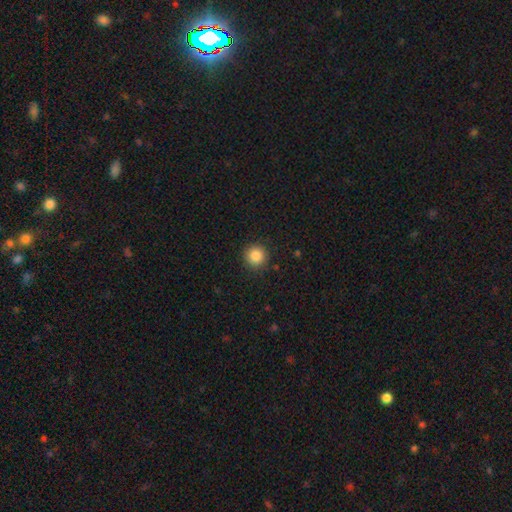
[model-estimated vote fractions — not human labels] This appears to be a smooth galaxy with no disk features (86%) that is round (95%). Merging: none (91%).